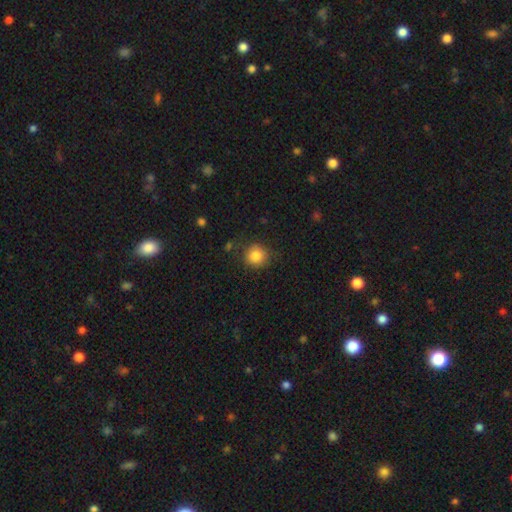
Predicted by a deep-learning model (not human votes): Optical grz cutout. It shows a smooth galaxy with no disk features (84%) that is round (90%). Merging: none (83%).